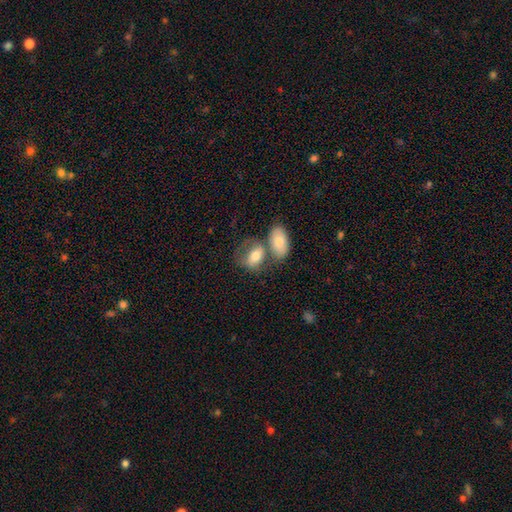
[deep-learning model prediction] smooth_or_featured: smooth (p=0.70) [alt: featured or disk p=0.24]
how_rounded: in between (p=0.80) [alt: round p=0.17]
merging: merger (p=0.47) [alt: none p=0.31]